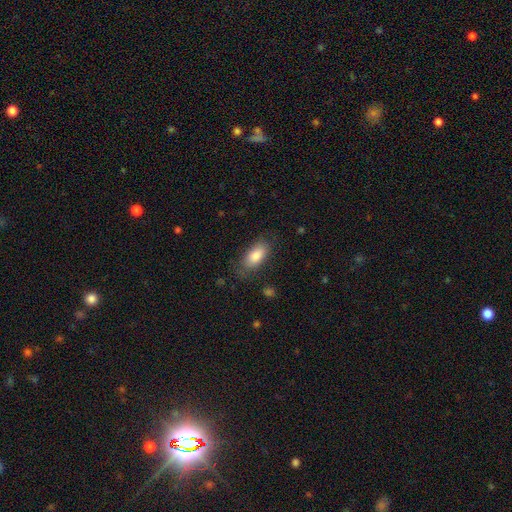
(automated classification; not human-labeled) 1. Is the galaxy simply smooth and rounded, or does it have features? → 83% smooth, 10% featured or disk, 7% star or artifact.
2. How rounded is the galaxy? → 90% in between, 7% cigar-shaped, 3% round.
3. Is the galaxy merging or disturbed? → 77% none, 17% minor disturbance, 5% major disturbance, 1% merger.